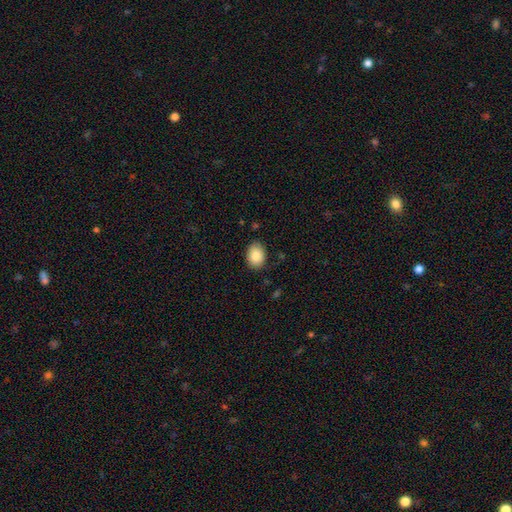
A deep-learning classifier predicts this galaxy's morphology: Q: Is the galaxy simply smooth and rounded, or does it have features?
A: smooth — 86%.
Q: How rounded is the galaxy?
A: in between — 72%.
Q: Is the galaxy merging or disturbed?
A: none — 83%.